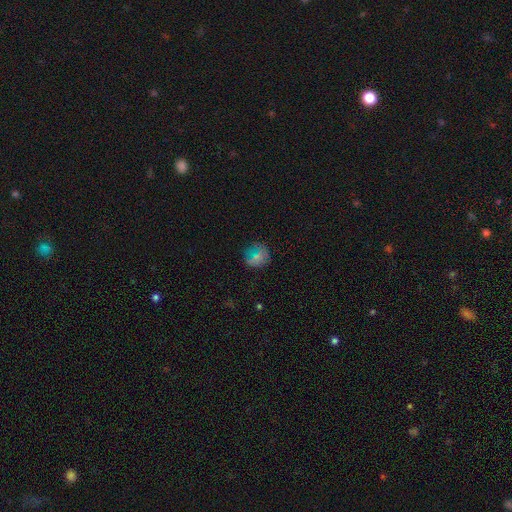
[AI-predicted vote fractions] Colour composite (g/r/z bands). It shows a smooth galaxy with no disk features (61%) that is round (83%). Merging: none (77%).